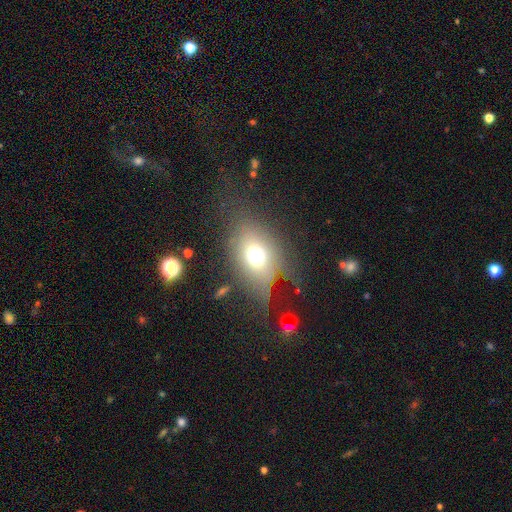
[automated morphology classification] A smooth galaxy with no disk features (60%) that is in between round and cigar-shaped (57%).

Vote fractions:
- Smooth or featured? smooth: 60% / featured or disk: 21% / star or artifact: 18%
- How rounded? in between: 57% / round: 40% / cigar-shaped: 2%
- Merging? none: 54% / major disturbance: 23% / minor disturbance: 19% / merger: 3%